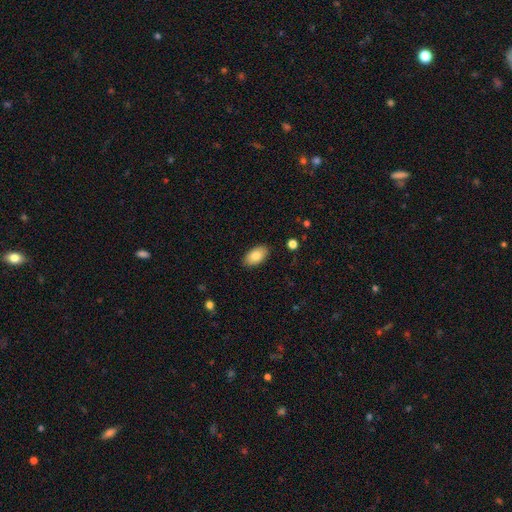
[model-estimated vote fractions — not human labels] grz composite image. It shows a smooth galaxy with no disk features (83%) that is in between round and cigar-shaped (94%). Merging: none (88%).